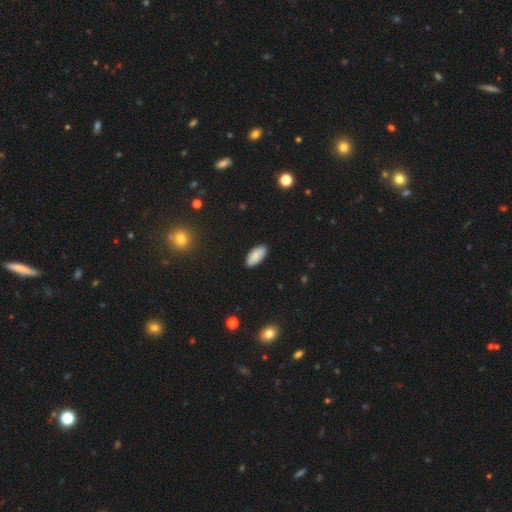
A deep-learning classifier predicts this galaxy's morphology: A smooth galaxy with no disk features (83%) that is in between round and cigar-shaped (93%). Merging: none (89%).